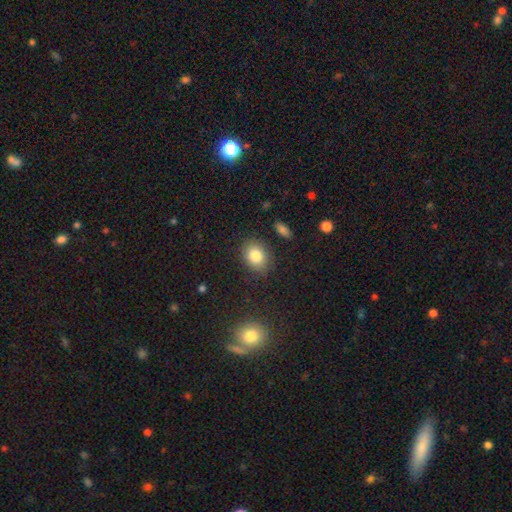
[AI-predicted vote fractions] Smooth or featured?
  - smooth: 82% *
  - star or artifact: 10%
  - featured or disk: 8%
How rounded?
  - in between: 56% *
  - round: 42%
  - cigar-shaped: 1%
Merging?
  - none: 84% *
  - minor disturbance: 11%
  - major disturbance: 3%
  - merger: 2%